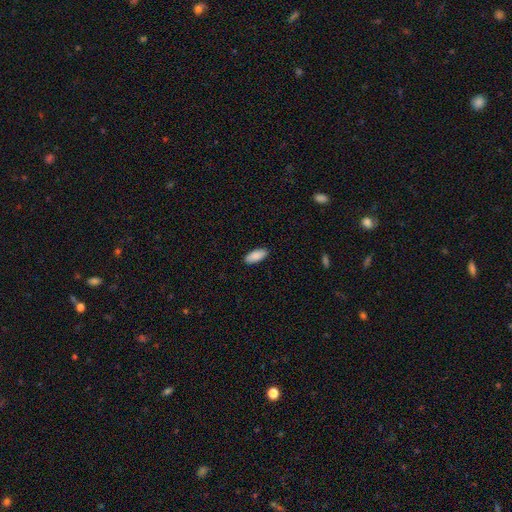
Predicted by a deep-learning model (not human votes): smooth 89%, star or artifact 6%, featured or disk 5%. Down the decision tree: how rounded — in between (86%); merging — none (90%).